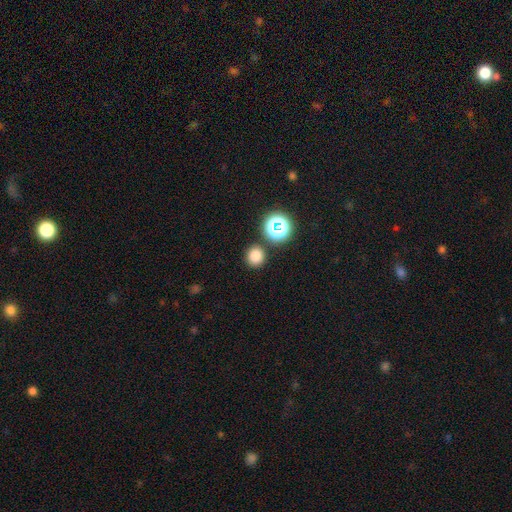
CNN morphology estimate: Smooth or featured: smooth — 78% (star or artifact — 17%)
How rounded: round — 88% (in between — 11%)
Merging: none — 85% (minor disturbance — 7%)